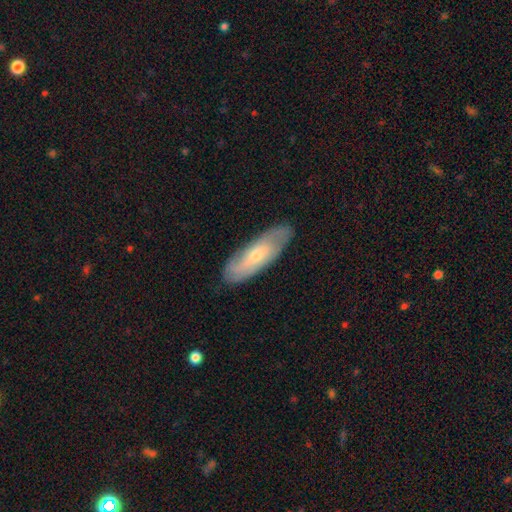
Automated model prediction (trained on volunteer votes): Smooth or featured? Predicted: featured or disk (p=0.54). Edge-on disk? Predicted: no (p=0.74). Merging? Predicted: none (p=0.82).